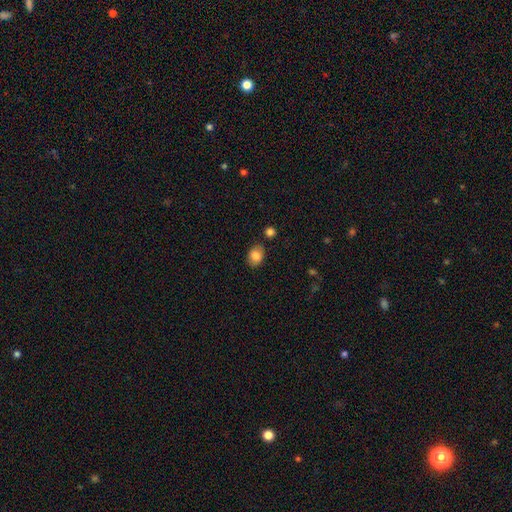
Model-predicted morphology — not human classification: Q: Smooth or featured?
A: smooth (83%); runner-up: featured or disk (9%)
Q: How rounded?
A: in between (72%); runner-up: round (27%)
Q: Merging?
A: none (81%); runner-up: minor disturbance (12%)